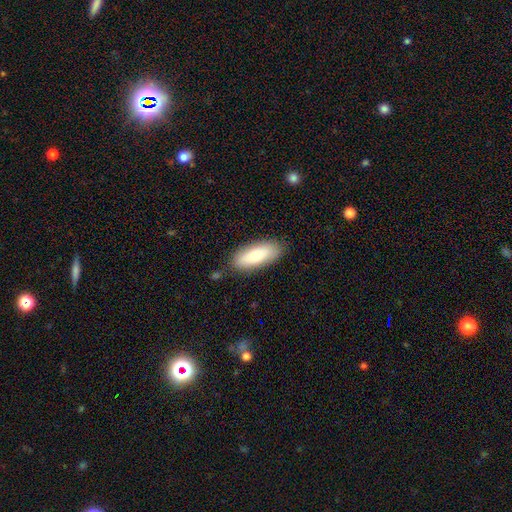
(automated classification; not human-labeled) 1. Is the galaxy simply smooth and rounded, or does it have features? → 74% smooth, 20% featured or disk, 6% star or artifact.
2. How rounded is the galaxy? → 77% in between, 21% cigar-shaped, 2% round.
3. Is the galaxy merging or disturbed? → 85% none, 11% minor disturbance, 3% major disturbance, 2% merger.